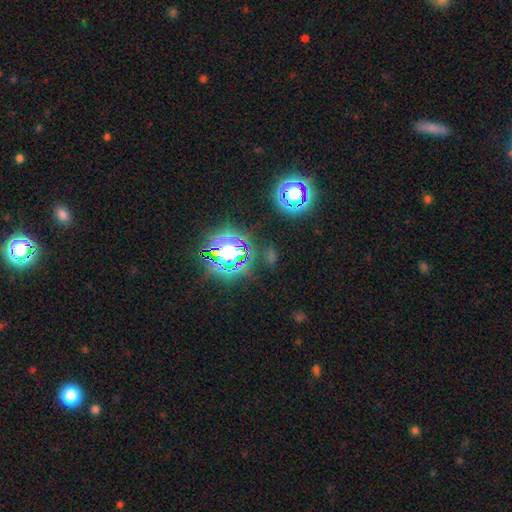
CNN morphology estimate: A star or artifact, not a galaxy (78%).